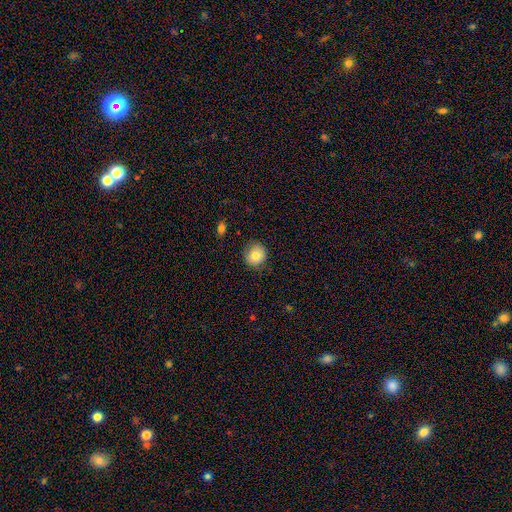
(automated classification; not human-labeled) Smooth or featured: smooth — 79% (featured or disk — 12%)
How rounded: round — 88% (in between — 11%)
Merging: none — 82% (minor disturbance — 13%)